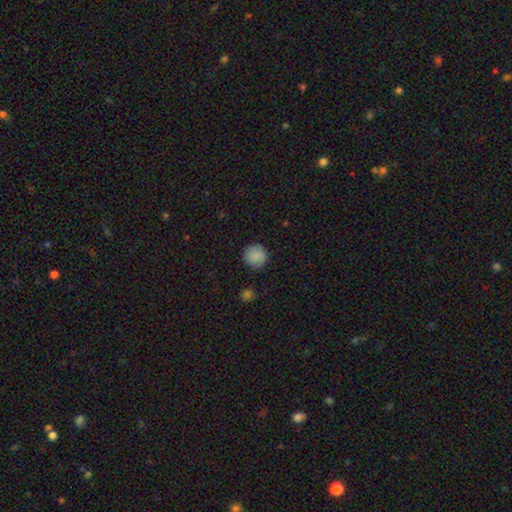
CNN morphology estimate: smooth_or_featured: smooth (p=0.77) [alt: featured or disk p=0.15]
how_rounded: round (p=0.92) [alt: in between p=0.07]
merging: none (p=0.81) [alt: minor disturbance p=0.14]